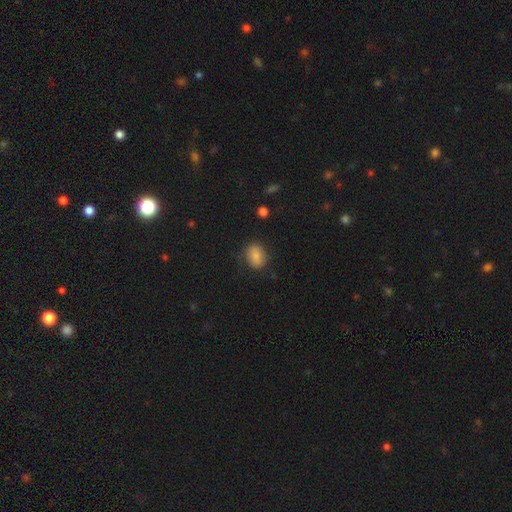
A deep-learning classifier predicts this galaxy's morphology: smooth 80%, featured or disk 11%, star or artifact 9%. Down the decision tree: how rounded — in between (55%); merging — none (78%).